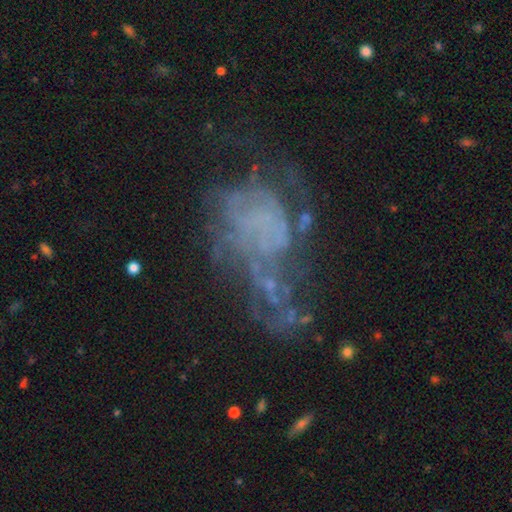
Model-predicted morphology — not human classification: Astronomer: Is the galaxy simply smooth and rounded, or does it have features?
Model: featured or disk — 65%.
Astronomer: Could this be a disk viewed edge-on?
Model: no — 97%.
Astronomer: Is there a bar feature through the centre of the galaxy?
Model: no — 86%.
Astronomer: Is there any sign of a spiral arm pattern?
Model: no — 57% (runner-up: yes, 43%).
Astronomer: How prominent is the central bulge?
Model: none — 80%.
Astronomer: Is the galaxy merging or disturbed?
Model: major disturbance — 46% (runner-up: none, 29%).